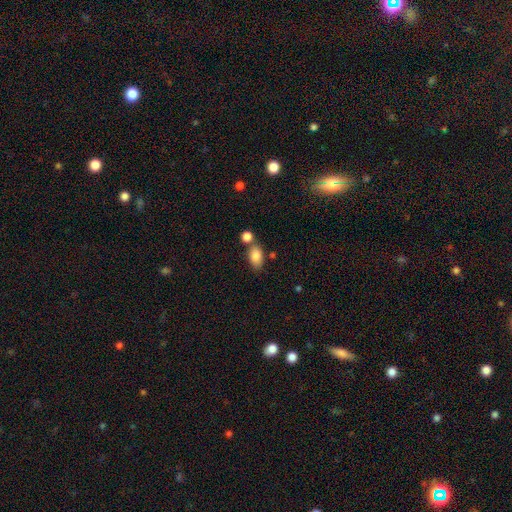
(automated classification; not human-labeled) The model was most divided on "merging": none: 57%, merger: 23%, minor disturbance: 15%, major disturbance: 5%. More confident: how rounded — in between (88%); smooth or featured — smooth (85%).